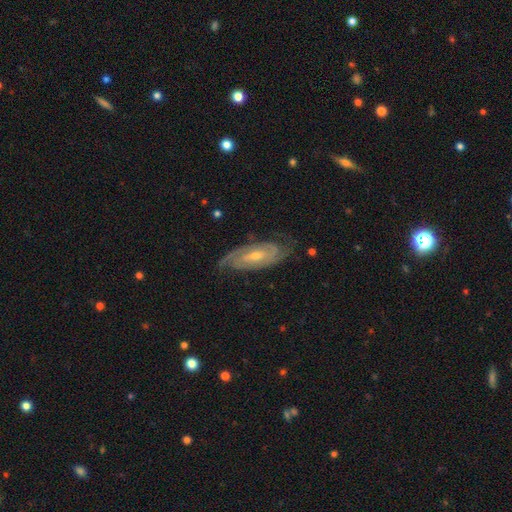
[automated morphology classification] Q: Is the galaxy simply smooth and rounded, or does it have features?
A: featured or disk — 85%.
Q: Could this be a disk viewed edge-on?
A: no — 91%.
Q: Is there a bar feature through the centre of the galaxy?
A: no — 44%.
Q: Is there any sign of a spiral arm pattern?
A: yes — 96%.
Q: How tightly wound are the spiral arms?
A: tight — 62%.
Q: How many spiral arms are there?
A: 2 — 68%.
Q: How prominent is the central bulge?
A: small — 53%.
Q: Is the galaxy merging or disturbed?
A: none — 77%.